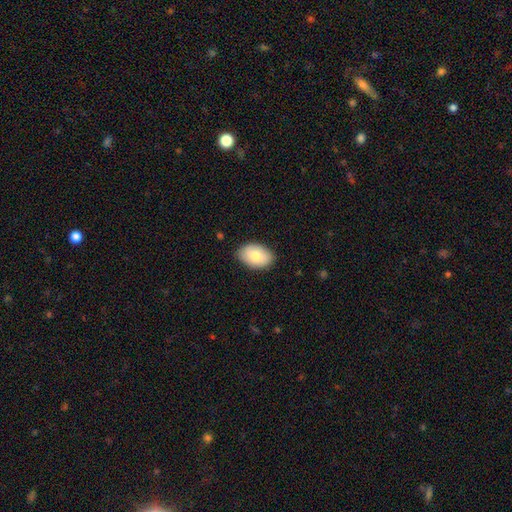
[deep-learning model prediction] This is clearly a smooth galaxy (81%). How rounded: clearly in between (89%). Merging: clearly none (83%).